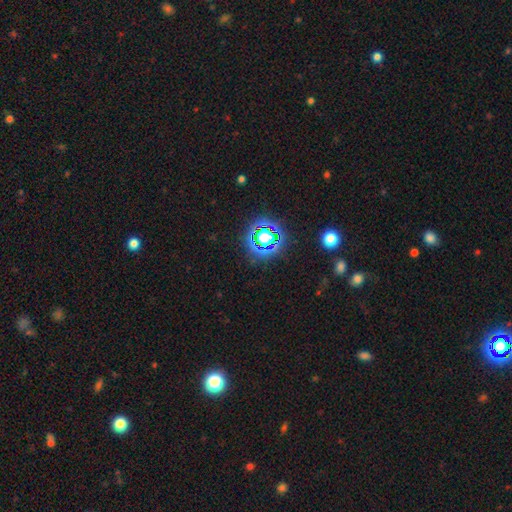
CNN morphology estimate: Smooth or featured?
  - star or artifact: 73% *
  - smooth: 20%
  - featured or disk: 7%